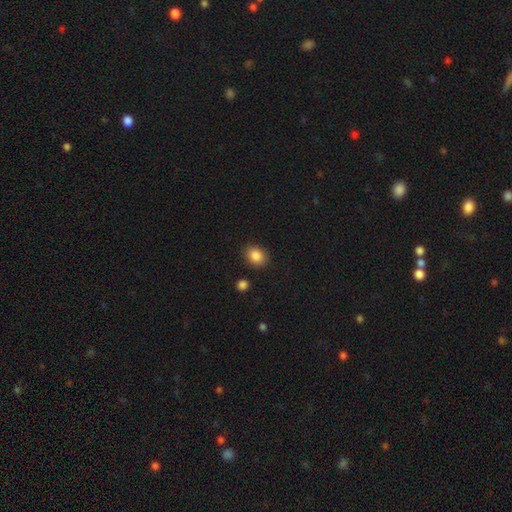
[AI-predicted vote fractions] A smooth galaxy with no disk features (87%) that is in between round and cigar-shaped (60%). Merging: none (87%).